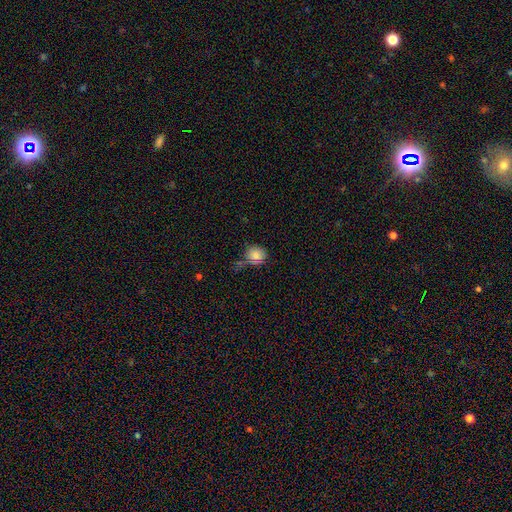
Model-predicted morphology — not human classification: smooth 82%, star or artifact 11%, featured or disk 8%. Down the decision tree: how rounded — round (82%); merging — none (56%).